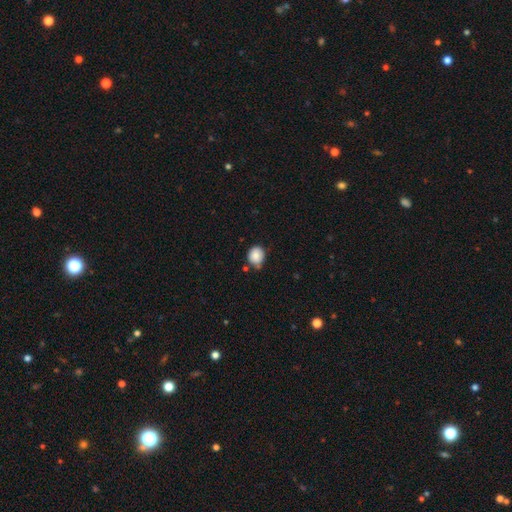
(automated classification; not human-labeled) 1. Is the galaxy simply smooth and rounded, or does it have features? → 85% smooth, 9% star or artifact, 7% featured or disk.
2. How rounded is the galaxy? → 74% round, 25% in between, 1% cigar-shaped.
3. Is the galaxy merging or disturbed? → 66% none, 24% minor disturbance, 6% merger, 4% major disturbance.